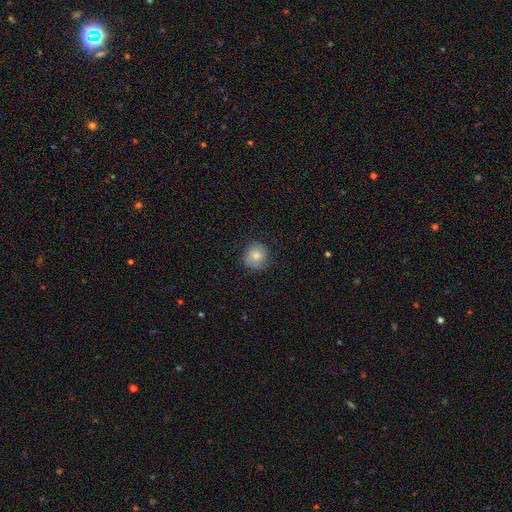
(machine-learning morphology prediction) This appears to be a smooth galaxy with no disk features (75%) that is round (86%). Merging: none (80%).